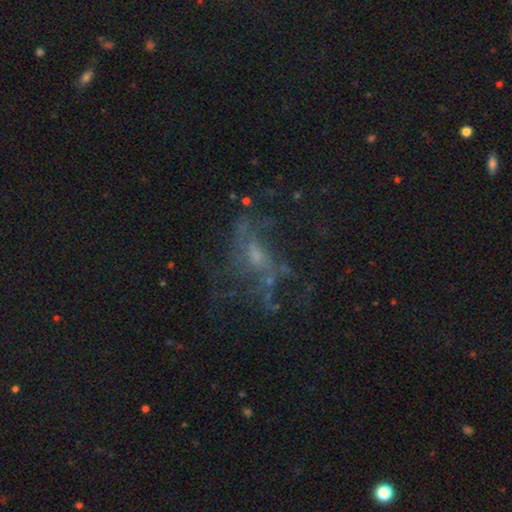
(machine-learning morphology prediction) Smooth or featured? Predicted: featured or disk (p=0.68). Edge-on disk? Predicted: no (p=0.95). Bar? Predicted: no (p=0.57). Spiral arms? Predicted: yes (p=0.64). Bulge size? Predicted: small (p=0.45). Merging? Predicted: none (p=0.50).